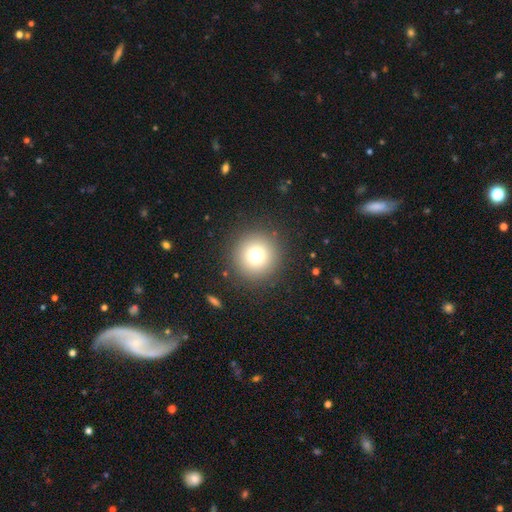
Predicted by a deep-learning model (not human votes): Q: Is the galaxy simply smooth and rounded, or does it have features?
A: smooth — 77%.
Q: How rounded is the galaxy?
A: round — 96%.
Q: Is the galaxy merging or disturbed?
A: none — 90%.